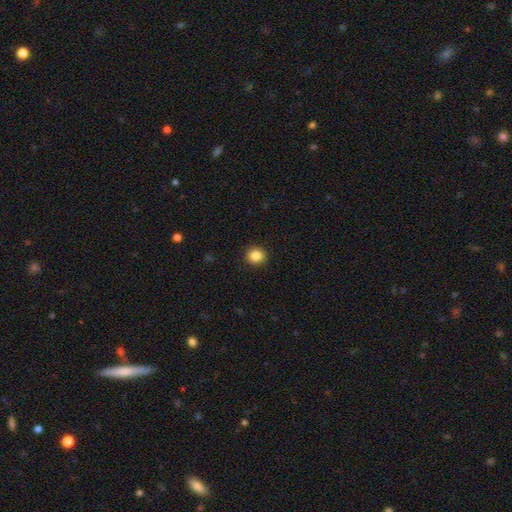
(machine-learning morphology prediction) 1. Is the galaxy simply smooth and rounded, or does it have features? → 86% smooth, 10% star or artifact, 4% featured or disk.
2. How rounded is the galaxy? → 91% round, 8% in between, 1% cigar-shaped.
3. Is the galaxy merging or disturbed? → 92% none, 5% minor disturbance, 2% major disturbance, 1% merger.